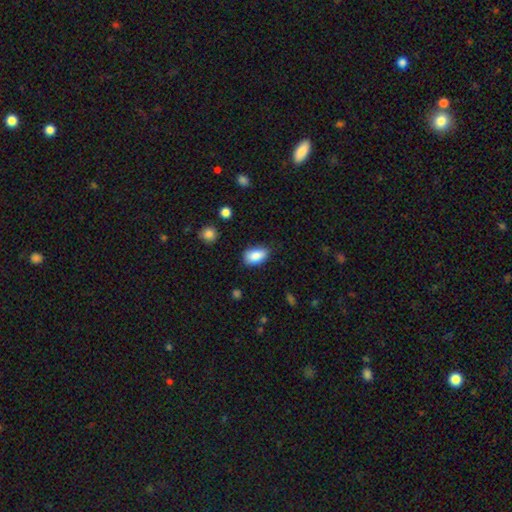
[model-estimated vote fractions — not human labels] Q: Smooth or featured?
A: smooth (87%); runner-up: star or artifact (7%)
Q: How rounded?
A: in between (92%); runner-up: round (6%)
Q: Merging?
A: none (76%); runner-up: minor disturbance (19%)